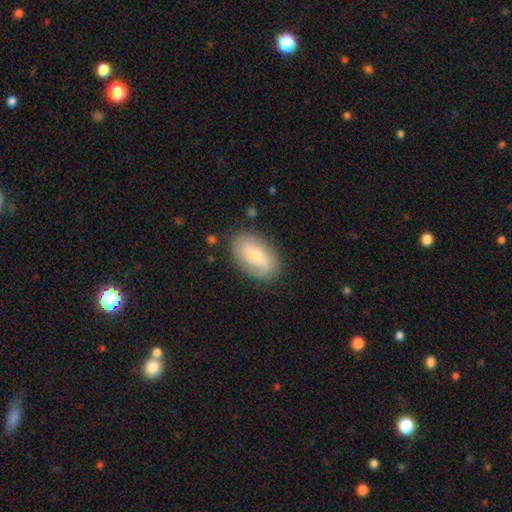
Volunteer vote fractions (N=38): This appears to be a featured or disk galaxy (47%) with a weak bar (44%, tied with no), 1 (50%) medium (44%) spiral arms (100%) and a small central bulge (56%). Merging: none (74%).